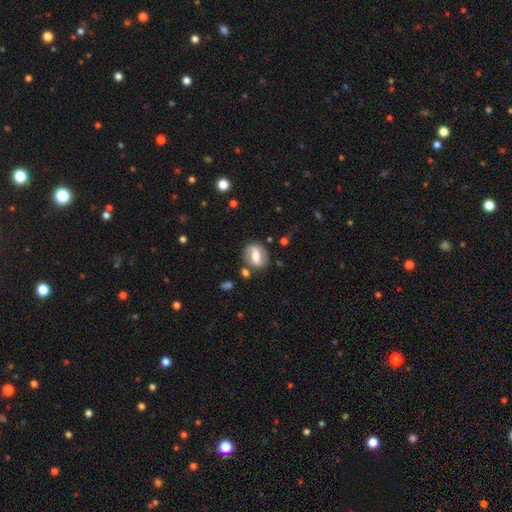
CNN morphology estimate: Smooth or featured? featured or disk (60%)
Edge-on disk? no (94%)
Bar? strong (42%)
Spiral arms? yes (76%)
Bulge size? moderate (61%)
Merging? none (74%)